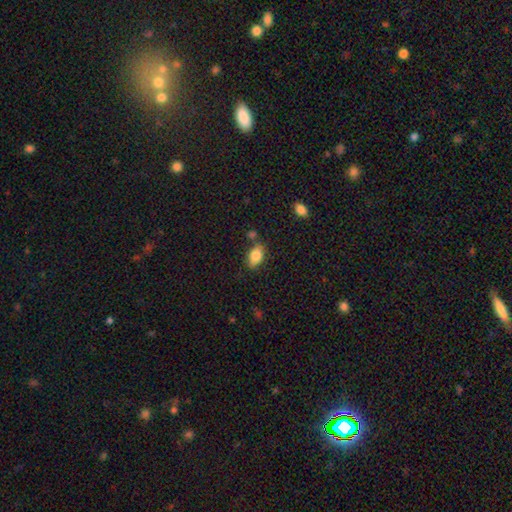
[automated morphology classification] Smooth or featured? Predicted: smooth (p=0.85). How rounded? Predicted: in between (p=0.89). Merging? Predicted: none (p=0.70).